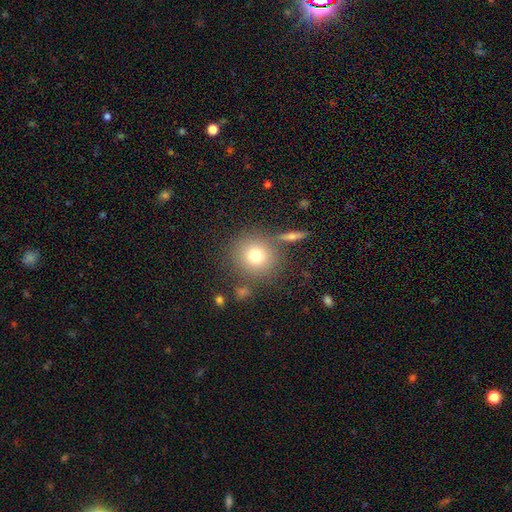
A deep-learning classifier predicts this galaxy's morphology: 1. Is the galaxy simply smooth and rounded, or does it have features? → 75% smooth, 12% star or artifact, 12% featured or disk.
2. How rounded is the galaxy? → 90% round, 9% in between, 1% cigar-shaped.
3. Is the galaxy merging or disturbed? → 78% none, 9% minor disturbance, 9% merger, 4% major disturbance.